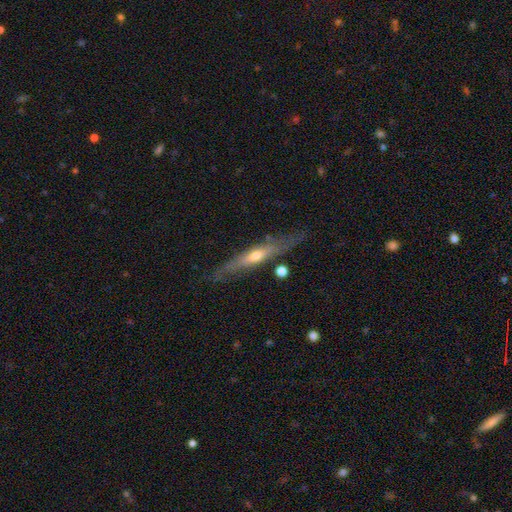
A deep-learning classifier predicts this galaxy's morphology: type=featured or disk (67%); edge-on=yes (84%); edge-on bulge=rounded (73%); merging=none (75%).